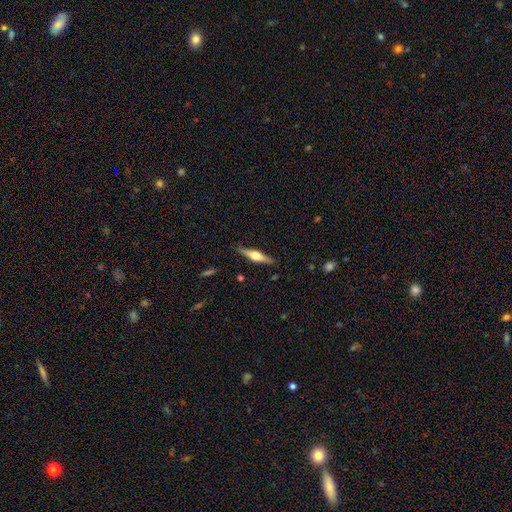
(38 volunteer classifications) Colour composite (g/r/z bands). It shows a featured or disk galaxy (71%) viewed edge-on (100%) with a rounded central bulge (100%). Merging: none (80%).